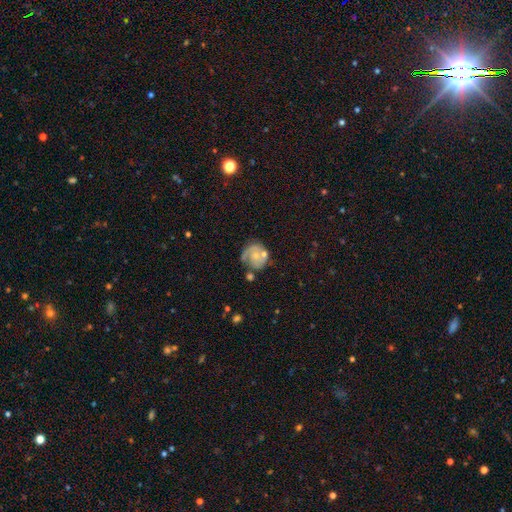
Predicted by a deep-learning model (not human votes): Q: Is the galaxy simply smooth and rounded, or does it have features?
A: featured or disk — 68%.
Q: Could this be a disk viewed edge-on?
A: no — 98%.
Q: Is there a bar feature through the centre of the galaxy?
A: no — 77%.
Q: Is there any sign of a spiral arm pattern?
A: yes — 86%.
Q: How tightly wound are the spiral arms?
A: tight — 50%.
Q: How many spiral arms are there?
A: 1 — 47%.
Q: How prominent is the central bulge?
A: small — 59%.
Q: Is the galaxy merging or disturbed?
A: none — 51%.